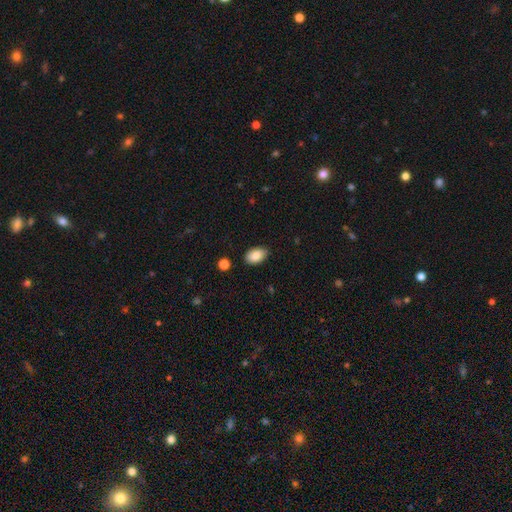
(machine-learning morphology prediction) Q: Smooth or featured?
A: smooth (85%); runner-up: featured or disk (8%)
Q: How rounded?
A: in between (91%); runner-up: round (8%)
Q: Merging?
A: none (86%); runner-up: minor disturbance (11%)